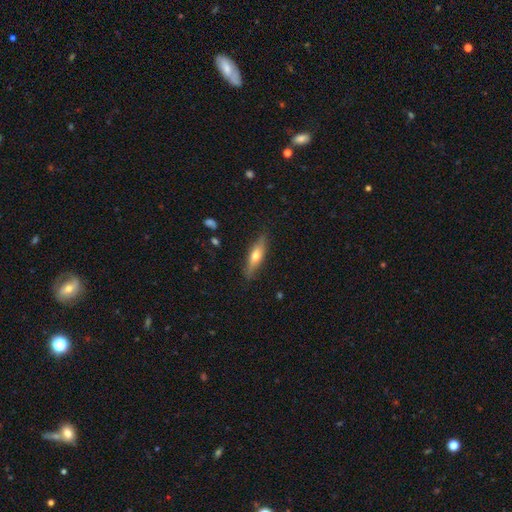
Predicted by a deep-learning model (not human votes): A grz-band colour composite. It shows a smooth galaxy with no disk features (50%) that is cigar-shaped (64%). Merging: none (84%).